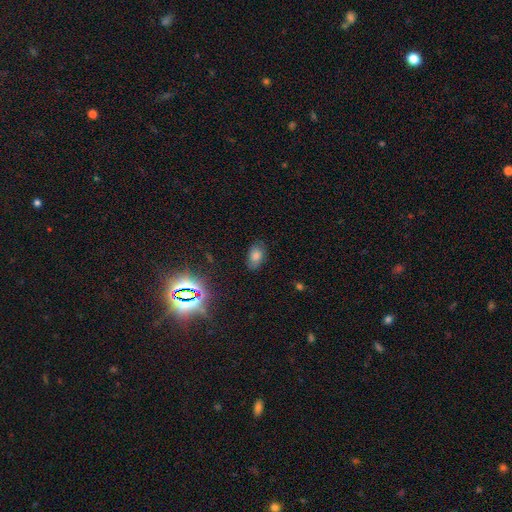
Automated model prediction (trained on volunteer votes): Morphology: type=smooth (73%); roundness=in between (89%); merging=none (80%).